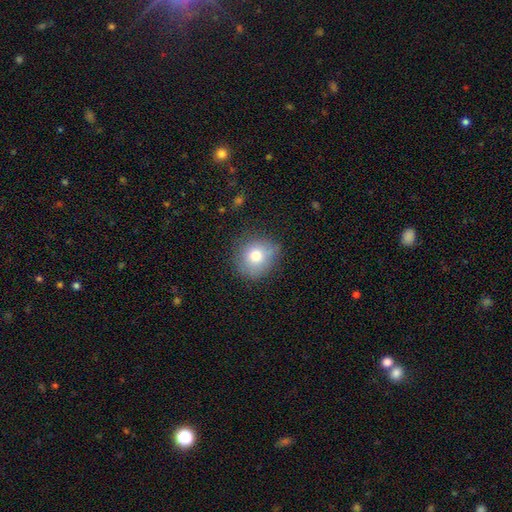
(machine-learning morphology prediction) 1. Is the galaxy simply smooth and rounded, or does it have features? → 75% smooth, 14% featured or disk, 11% star or artifact.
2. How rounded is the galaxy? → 84% round, 15% in between, 1% cigar-shaped.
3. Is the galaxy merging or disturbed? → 73% none, 20% minor disturbance, 6% major disturbance, 2% merger.